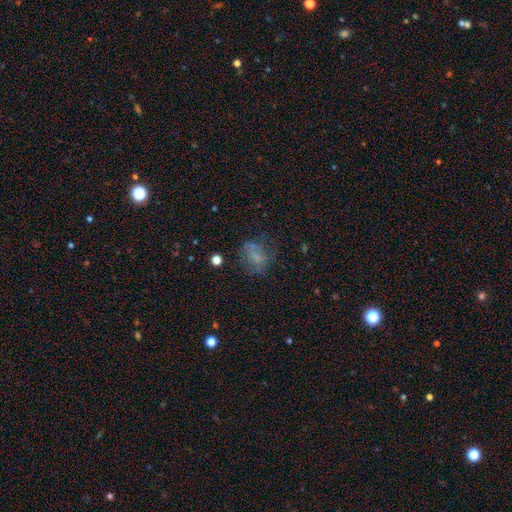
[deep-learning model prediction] Smooth or featured: smooth — 56% (featured or disk — 29%)
How rounded: in between — 53% (round — 45%)
Merging: none — 53% (minor disturbance — 23%)